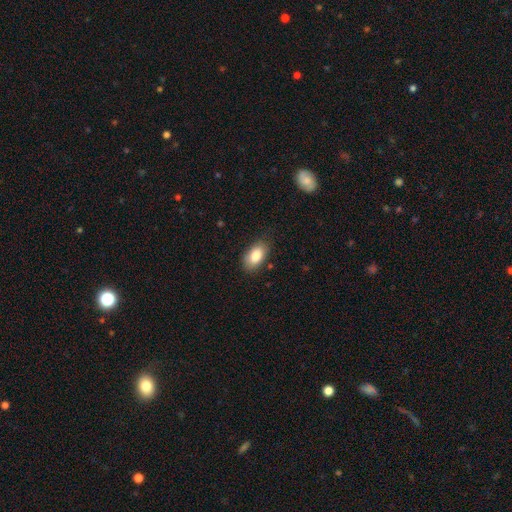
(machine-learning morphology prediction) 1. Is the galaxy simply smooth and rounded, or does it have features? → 86% smooth, 7% featured or disk, 7% star or artifact.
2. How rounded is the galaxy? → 92% in between, 5% round, 2% cigar-shaped.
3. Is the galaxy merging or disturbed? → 81% none, 14% minor disturbance, 3% major disturbance, 1% merger.